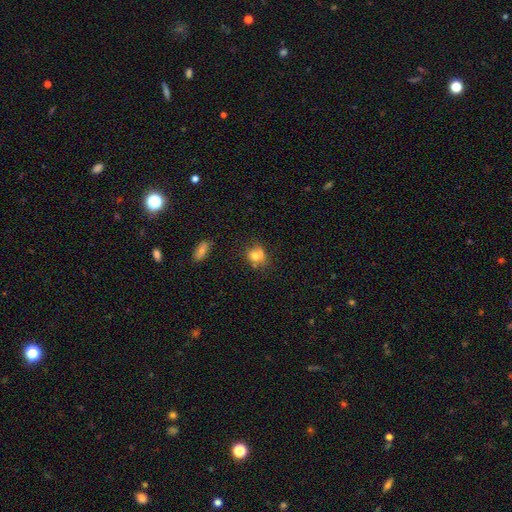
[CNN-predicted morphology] smooth_or_featured: smooth (p=0.67) [alt: featured or disk p=0.20]
how_rounded: round (p=0.64) [alt: in between p=0.34]
merging: merger (p=0.42) [alt: none p=0.38]